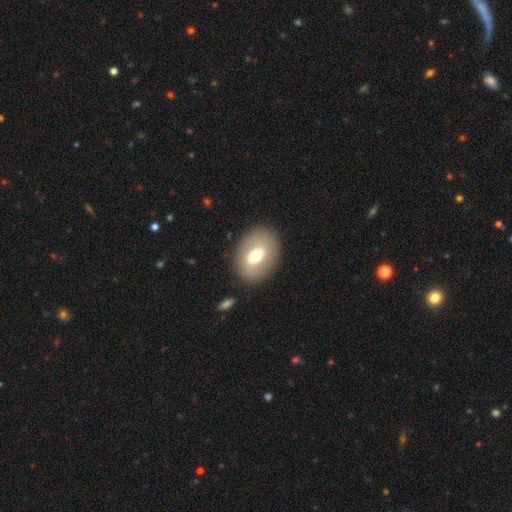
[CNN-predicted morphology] Smooth or featured: smooth — 59% (featured or disk — 34%)
How rounded: in between — 75% (round — 23%)
Merging: none — 85% (minor disturbance — 9%)